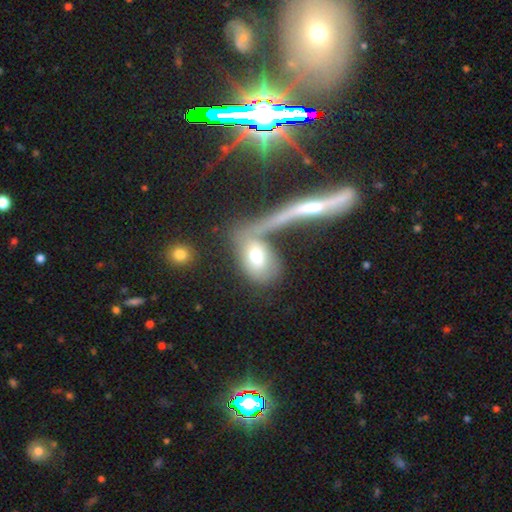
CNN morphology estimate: A smooth galaxy with no disk features (66%) that is in between round and cigar-shaped (72%).

Vote fractions:
- Smooth or featured? smooth: 66% / featured or disk: 25% / star or artifact: 9%
- How rounded? in between: 72% / round: 17% / cigar-shaped: 11%
- Merging? none: 47% / merger: 32% / minor disturbance: 13% / major disturbance: 9%